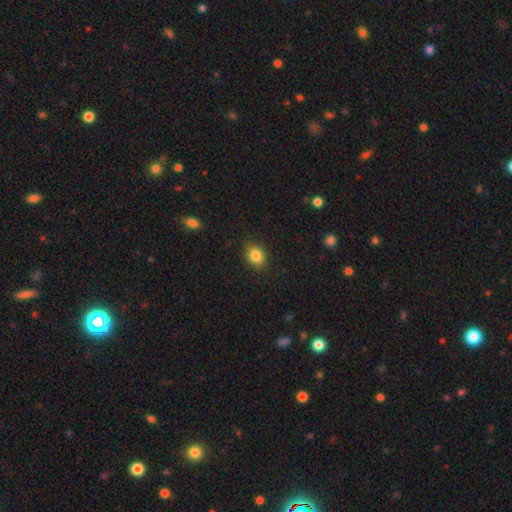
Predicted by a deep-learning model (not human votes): This is clearly a smooth galaxy (85%). How rounded: possibly in between (52%). Merging: clearly none (86%).